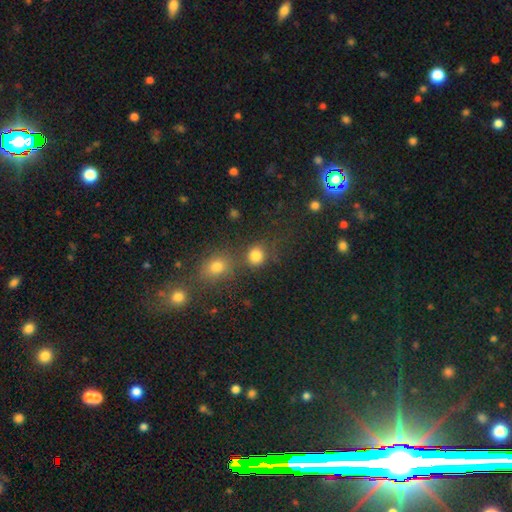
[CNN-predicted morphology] Smooth or featured? Predicted: smooth (p=0.81). How rounded? Predicted: round (p=0.80). Merging? Predicted: none (p=0.62).